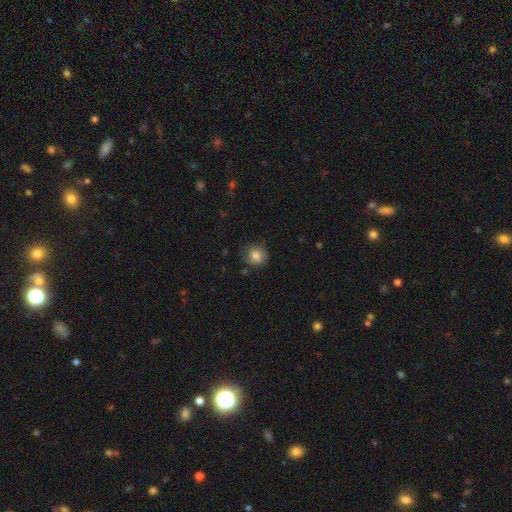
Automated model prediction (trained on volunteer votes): The model was most divided on "how rounded": round: 76%, in between: 23%, cigar-shaped: 1%. More confident: smooth or featured — smooth (78%); merging — none (74%).